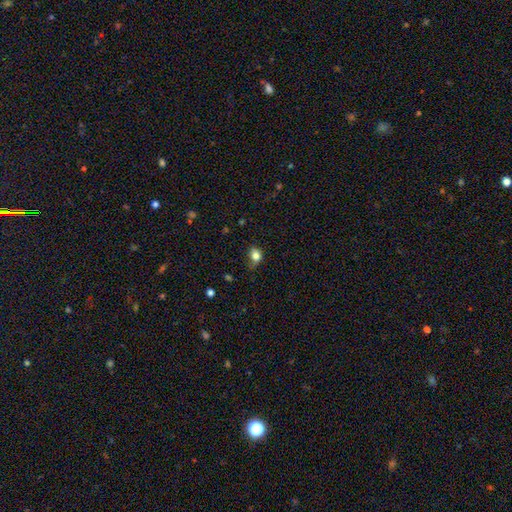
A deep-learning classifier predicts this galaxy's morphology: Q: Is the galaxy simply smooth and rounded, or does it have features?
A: smooth — 82%.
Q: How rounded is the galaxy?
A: in between — 55%.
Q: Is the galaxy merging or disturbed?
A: none — 51%.